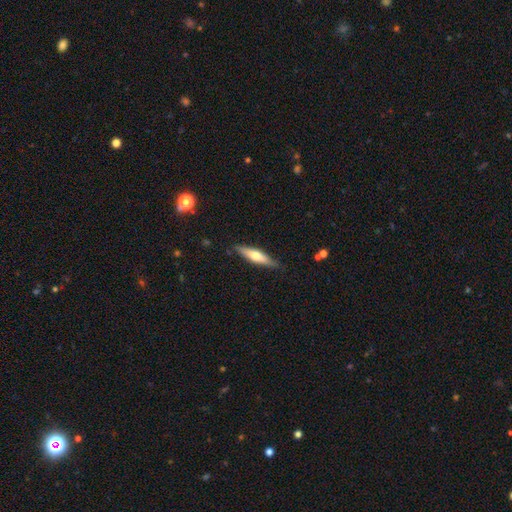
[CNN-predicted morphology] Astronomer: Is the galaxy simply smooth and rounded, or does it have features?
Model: smooth — 50% (runner-up: featured or disk, 44%).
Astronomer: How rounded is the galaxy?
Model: cigar-shaped — 75%.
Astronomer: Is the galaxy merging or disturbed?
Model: none — 85%.